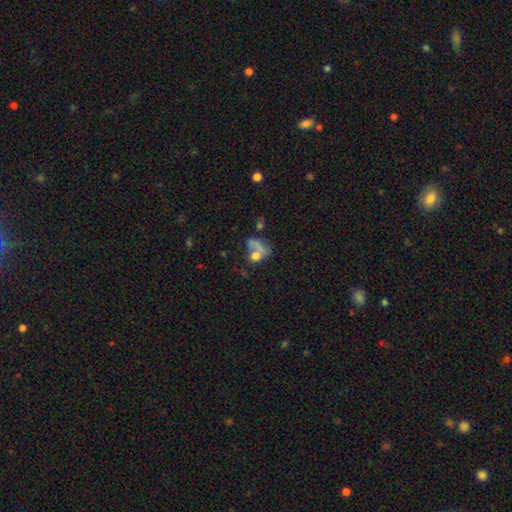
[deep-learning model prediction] This is possibly a smooth galaxy (55%). How rounded: possibly round (49%). Merging: marginally merger (38%).